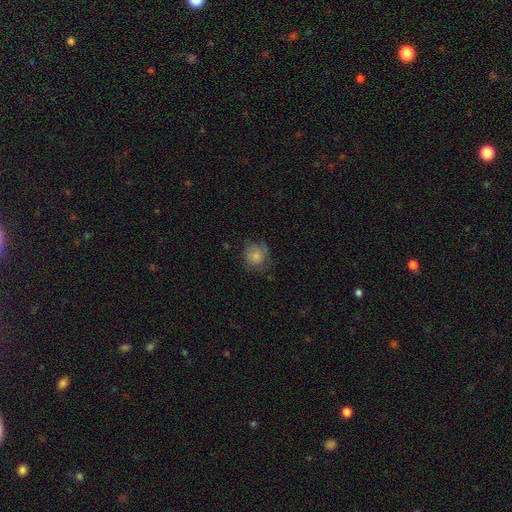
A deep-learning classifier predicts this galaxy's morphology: Smooth or featured?
  - smooth: 80% *
  - featured or disk: 11%
  - star or artifact: 9%
How rounded?
  - round: 85% *
  - in between: 14%
  - cigar-shaped: 1%
Merging?
  - none: 65% *
  - minor disturbance: 23%
  - major disturbance: 10%
  - merger: 1%